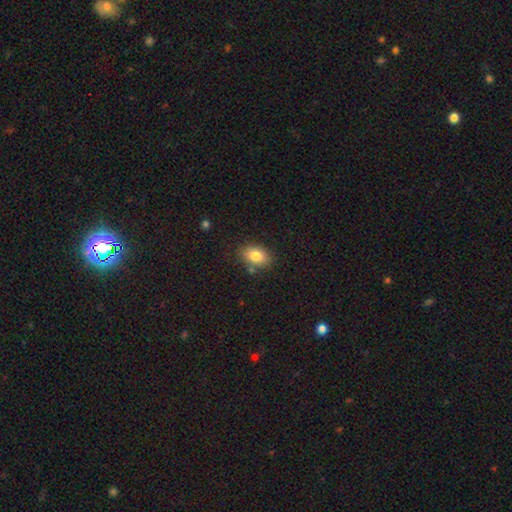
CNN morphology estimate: A smooth galaxy with no disk features (83%) that is in between round and cigar-shaped (84%).

Vote fractions:
- Smooth or featured? smooth: 83% / featured or disk: 8% / star or artifact: 8%
- How rounded? in between: 84% / round: 14% / cigar-shaped: 1%
- Merging? none: 79% / minor disturbance: 13% / merger: 4% / major disturbance: 3%